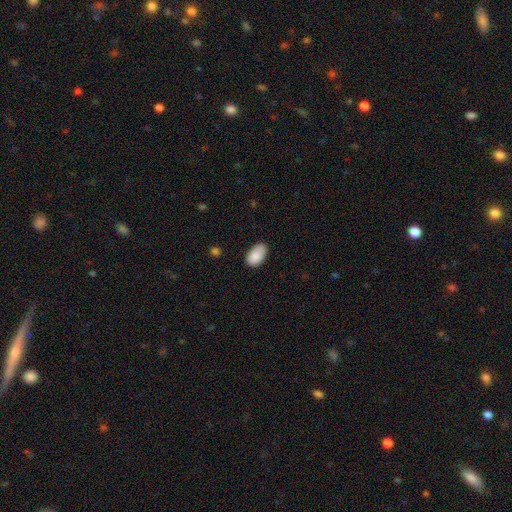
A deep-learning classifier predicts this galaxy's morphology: Q: Smooth or featured?
A: smooth (87%); runner-up: star or artifact (7%)
Q: How rounded?
A: in between (95%); runner-up: round (4%)
Q: Merging?
A: none (74%); runner-up: minor disturbance (22%)